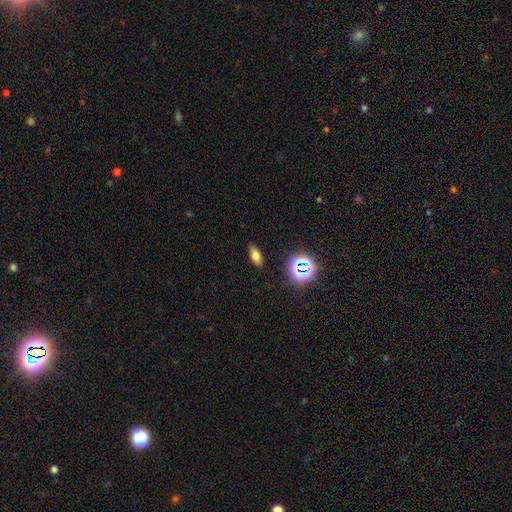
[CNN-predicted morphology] A smooth galaxy with no disk features (69%) that is in between round and cigar-shaped (76%). Merging: none (88%).